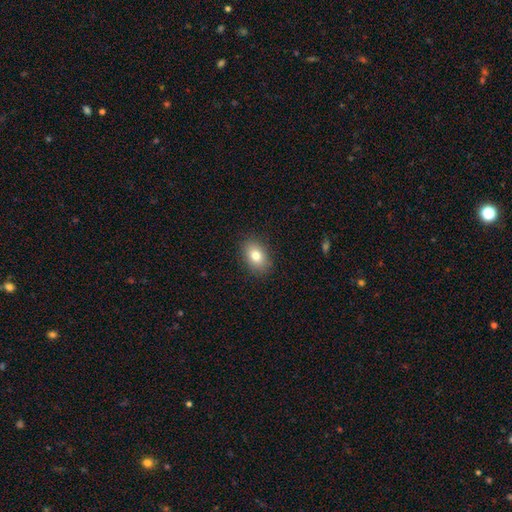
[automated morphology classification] type=smooth (80%); roundness=in between (82%); merging=none (88%).